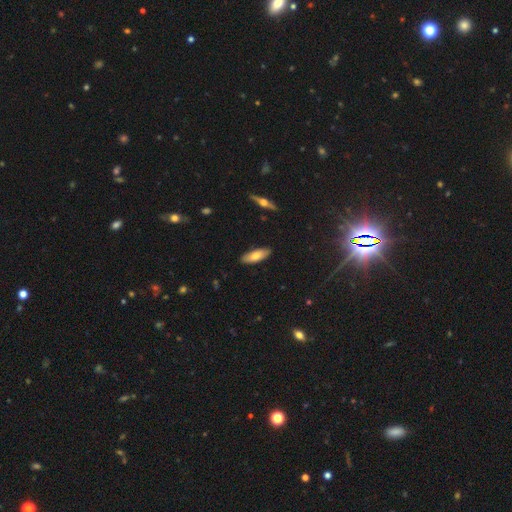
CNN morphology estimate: Smooth or featured? smooth (71%)
How rounded? in between (62%)
Merging? none (88%)